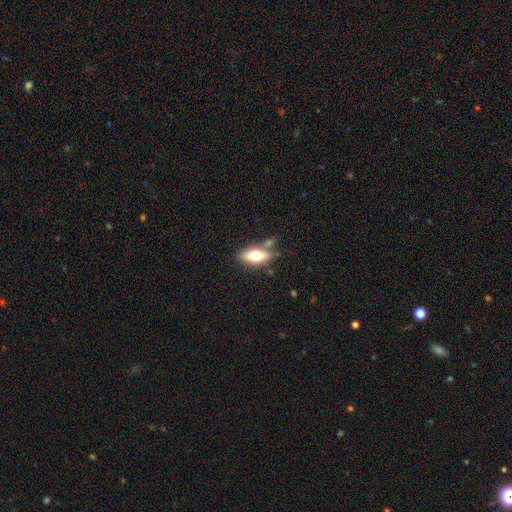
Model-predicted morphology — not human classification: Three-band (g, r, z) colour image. It shows a smooth galaxy with no disk features (61%) that is in between round and cigar-shaped (76%). Merging: none (66%).